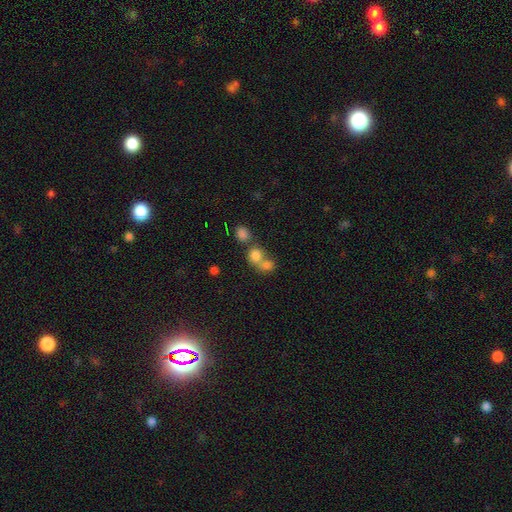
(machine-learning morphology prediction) This is likely a smooth galaxy (77%). How rounded: likely round (72%). Merging: possibly merger (56%).